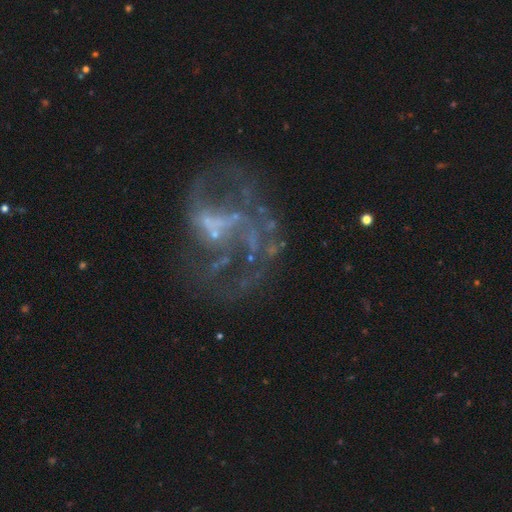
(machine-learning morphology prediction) featured or disk 72%, star or artifact 19%, smooth 9%. Down the decision tree: edge-on disk — no (98%); bar — no (56%); spiral arms — yes (61%); bulge size — none (51%); merging — none (41%).